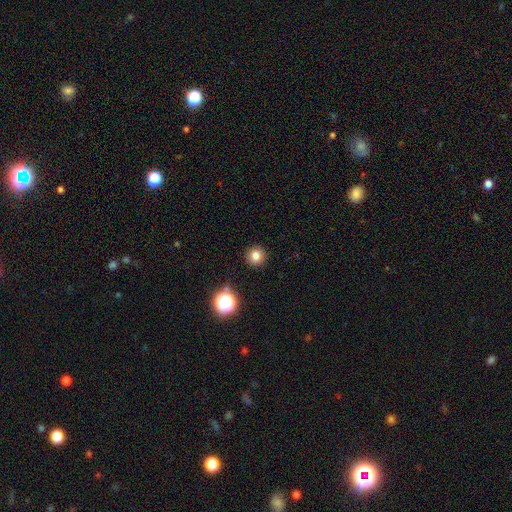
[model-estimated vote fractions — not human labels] Smooth or featured?
  - smooth: 80% *
  - star or artifact: 14%
  - featured or disk: 6%
How rounded?
  - round: 92% *
  - in between: 7%
  - cigar-shaped: 1%
Merging?
  - none: 91% *
  - minor disturbance: 5%
  - major disturbance: 2%
  - merger: 1%